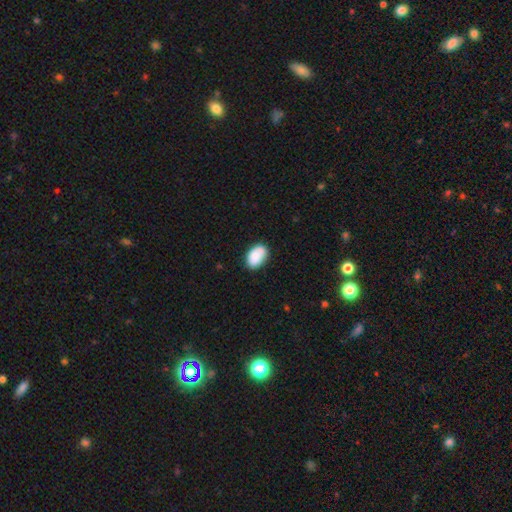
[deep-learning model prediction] The model was most divided on "merging": none: 79%, minor disturbance: 16%, major disturbance: 3%, merger: 2%. More confident: how rounded — in between (89%); smooth or featured — smooth (84%).